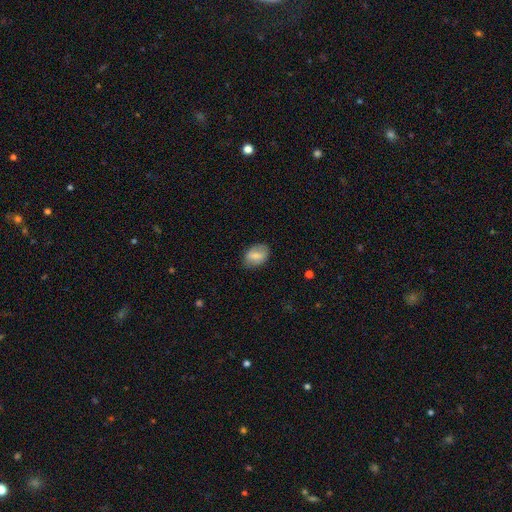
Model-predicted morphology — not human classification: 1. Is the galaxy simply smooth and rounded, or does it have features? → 71% smooth, 21% featured or disk, 7% star or artifact.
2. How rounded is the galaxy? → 83% in between, 15% round, 2% cigar-shaped.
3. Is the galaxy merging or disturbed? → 78% none, 16% minor disturbance, 4% major disturbance, 1% merger.